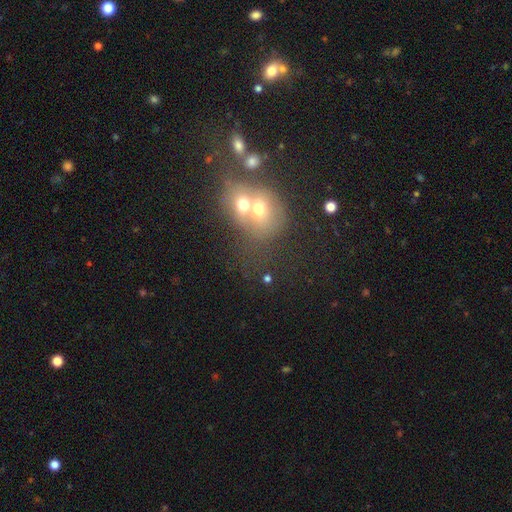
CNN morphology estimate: The model was most divided on "smooth or featured": smooth: 46%, star or artifact: 29%, featured or disk: 25%. More confident: merging — merger (62%).